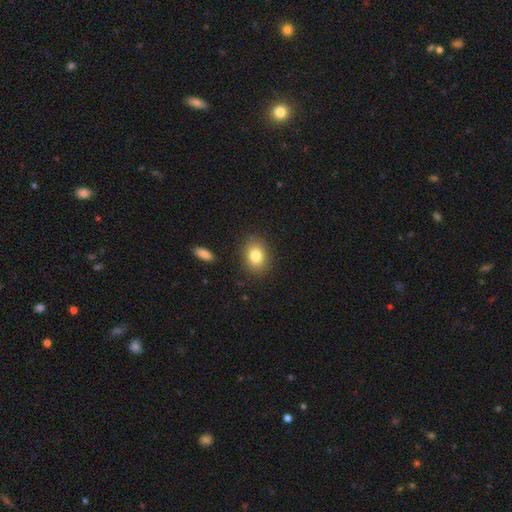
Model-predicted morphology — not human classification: Smooth or featured: smooth — 82% (star or artifact — 9%)
How rounded: in between — 58% (round — 41%)
Merging: none — 86% (minor disturbance — 9%)